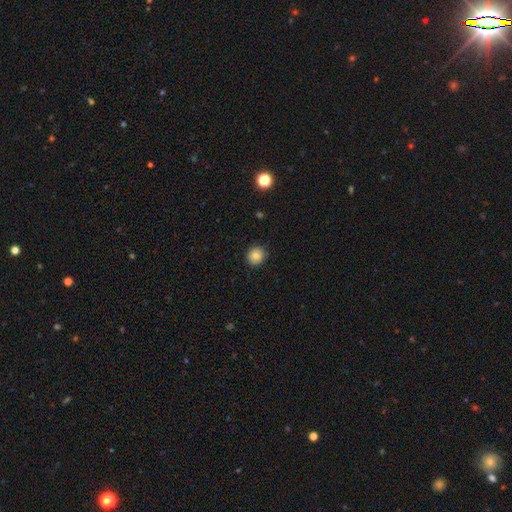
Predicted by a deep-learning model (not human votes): Smooth or featured?
  - smooth: 82% *
  - star or artifact: 10%
  - featured or disk: 9%
How rounded?
  - round: 90% *
  - in between: 9%
  - cigar-shaped: 1%
Merging?
  - none: 89% *
  - minor disturbance: 8%
  - major disturbance: 2%
  - merger: 1%